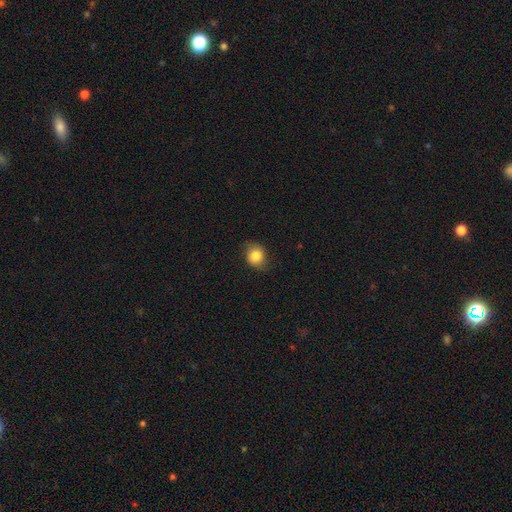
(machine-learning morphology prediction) This is clearly a smooth galaxy (81%). How rounded: likely round (64%). Merging: likely none (74%).